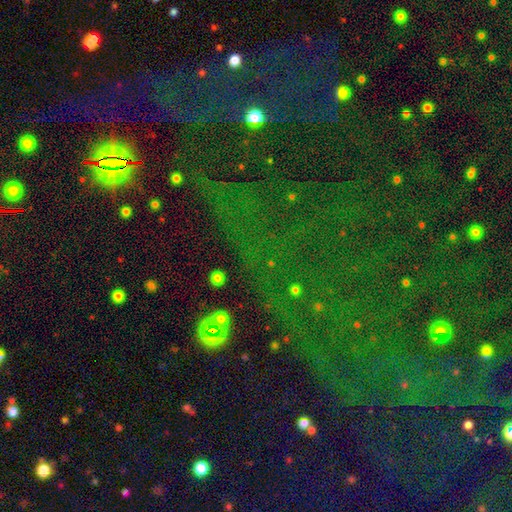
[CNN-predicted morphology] A star or artifact, not a galaxy (79%).